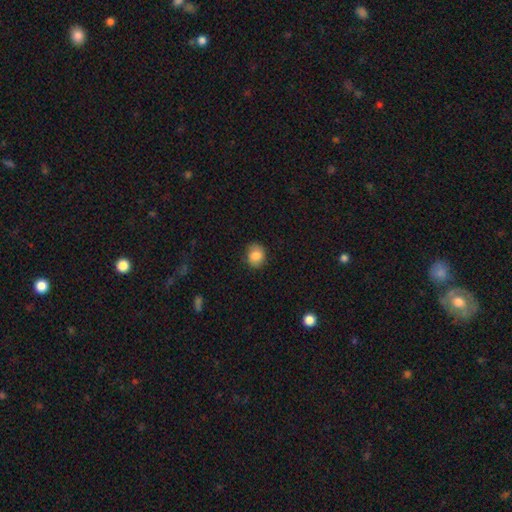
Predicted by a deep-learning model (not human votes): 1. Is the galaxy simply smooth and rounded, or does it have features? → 84% smooth, 9% star or artifact, 8% featured or disk.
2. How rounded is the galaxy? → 68% round, 31% in between, 1% cigar-shaped.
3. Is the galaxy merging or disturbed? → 82% none, 14% minor disturbance, 3% major disturbance, 1% merger.